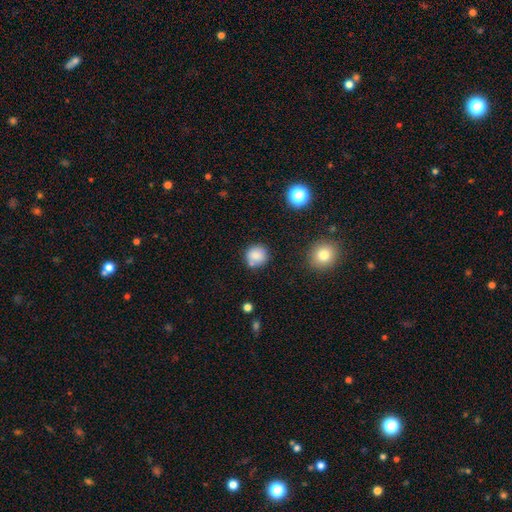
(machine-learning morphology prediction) Smooth or featured?
  - smooth: 80% *
  - star or artifact: 10%
  - featured or disk: 9%
How rounded?
  - round: 90% *
  - in between: 9%
  - cigar-shaped: 1%
Merging?
  - none: 73% *
  - minor disturbance: 14%
  - merger: 10%
  - major disturbance: 4%